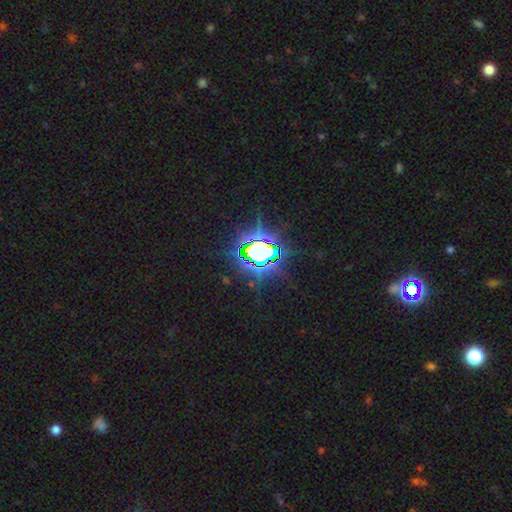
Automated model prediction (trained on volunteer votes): star or artifact 80%, featured or disk 10%, smooth 10%.